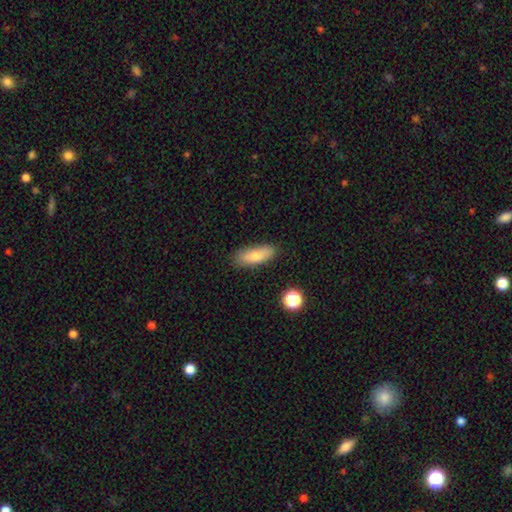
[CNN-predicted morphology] A smooth galaxy with no disk features (77%) that is in between round and cigar-shaped (67%). Merging: none (81%).